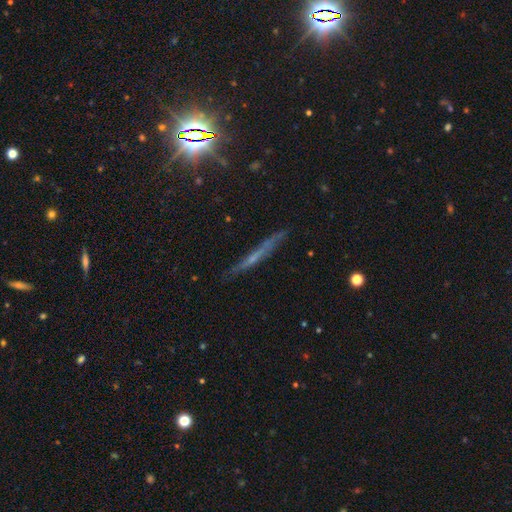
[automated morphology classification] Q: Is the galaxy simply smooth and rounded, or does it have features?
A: featured or disk — 53%.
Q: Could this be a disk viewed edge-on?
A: yes — 90%.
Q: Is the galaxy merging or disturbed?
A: none — 77%.